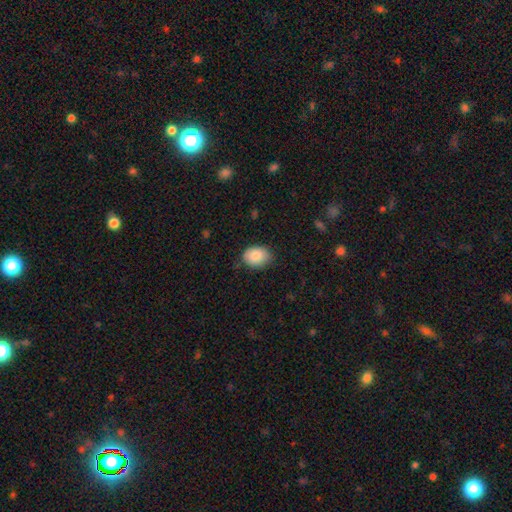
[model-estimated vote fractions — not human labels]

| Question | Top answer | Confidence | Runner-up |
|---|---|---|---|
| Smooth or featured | smooth | 86% | star or artifact (7%) |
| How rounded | in between | 68% | round (31%) |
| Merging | none | 79% | minor disturbance (17%) |